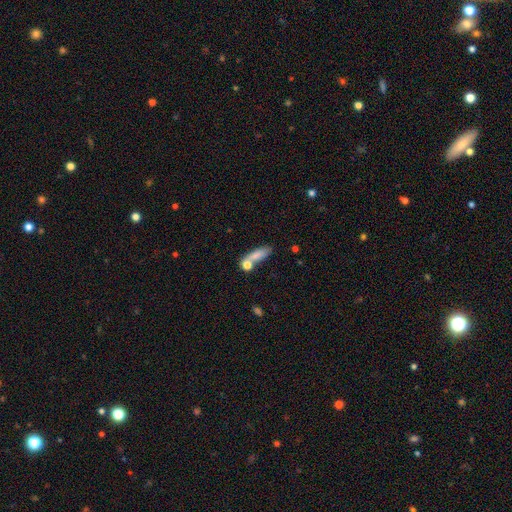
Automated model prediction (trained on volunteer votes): Q: Smooth or featured?
A: smooth (76%); runner-up: featured or disk (16%)
Q: How rounded?
A: cigar-shaped (47%); runner-up: in between (46%)
Q: Merging?
A: none (45%); runner-up: merger (31%)